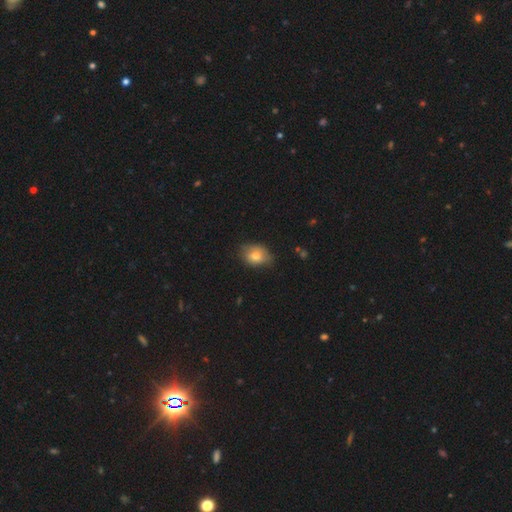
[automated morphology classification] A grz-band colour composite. It shows a smooth galaxy with no disk features (77%) that is in between round and cigar-shaped (69%). Merging: none (70%).